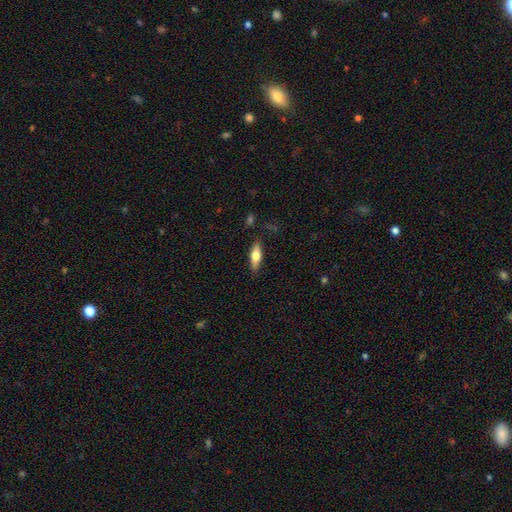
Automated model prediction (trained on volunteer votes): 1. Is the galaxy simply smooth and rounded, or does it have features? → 61% smooth, 33% featured or disk, 6% star or artifact.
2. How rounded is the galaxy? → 56% in between, 42% cigar-shaped, 3% round.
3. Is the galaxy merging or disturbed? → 84% none, 11% minor disturbance, 3% major disturbance, 2% merger.